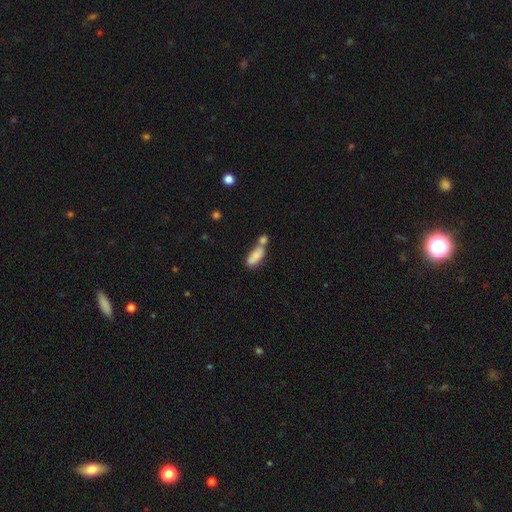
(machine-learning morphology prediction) Q: Smooth or featured?
A: smooth (79%); runner-up: featured or disk (14%)
Q: How rounded?
A: in between (76%); runner-up: cigar-shaped (21%)
Q: Merging?
A: merger (51%); runner-up: none (31%)